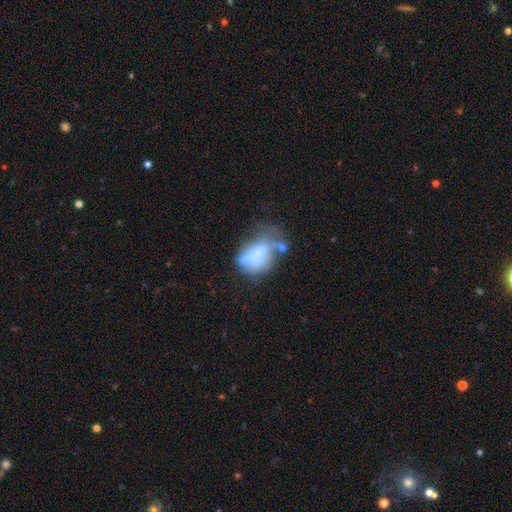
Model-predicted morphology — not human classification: This appears to be a smooth galaxy with no disk features (46%). Merging: major disturbance (34%).